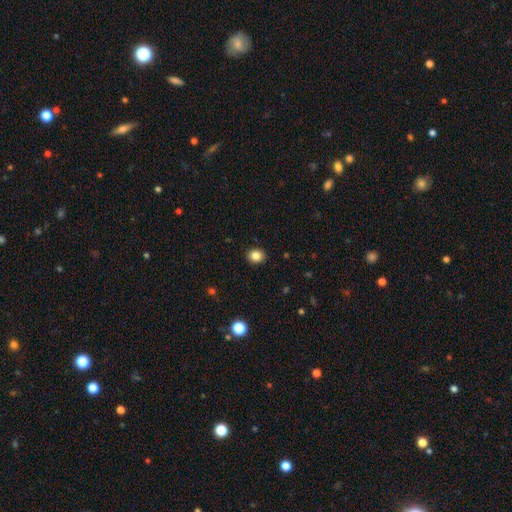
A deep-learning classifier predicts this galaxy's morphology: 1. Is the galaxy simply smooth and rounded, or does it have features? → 84% smooth, 11% star or artifact, 5% featured or disk.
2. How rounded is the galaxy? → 71% round, 28% in between, 1% cigar-shaped.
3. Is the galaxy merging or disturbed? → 91% none, 6% minor disturbance, 2% major disturbance, 1% merger.